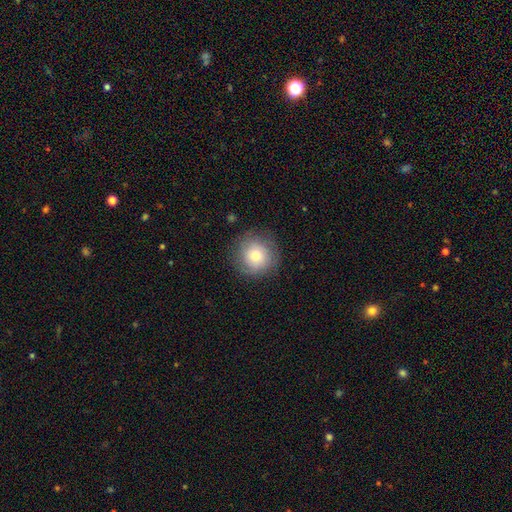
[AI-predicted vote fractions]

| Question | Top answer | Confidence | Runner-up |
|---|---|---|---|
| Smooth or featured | smooth | 77% | featured or disk (15%) |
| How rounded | round | 93% | in between (6%) |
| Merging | none | 82% | minor disturbance (13%) |